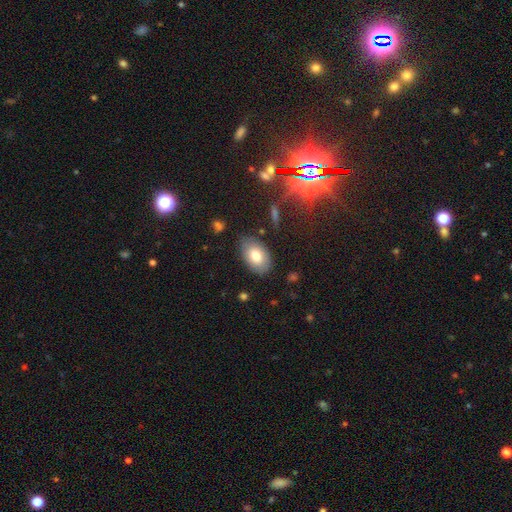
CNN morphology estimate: This appears to be a smooth galaxy with no disk features (76%) that is in between round and cigar-shaped (90%). Merging: none (82%).